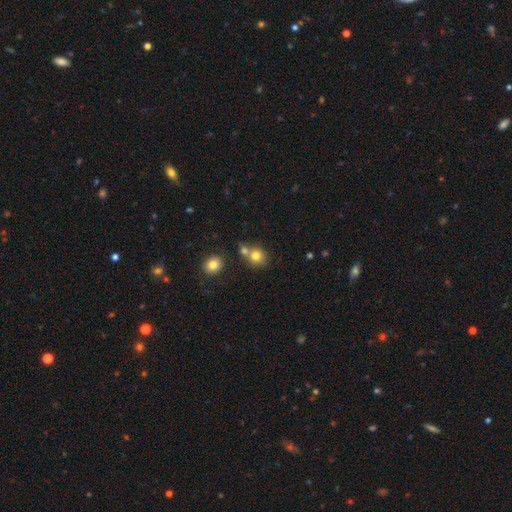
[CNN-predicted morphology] type=smooth (79%); roundness=round (83%); merging=none (55%).